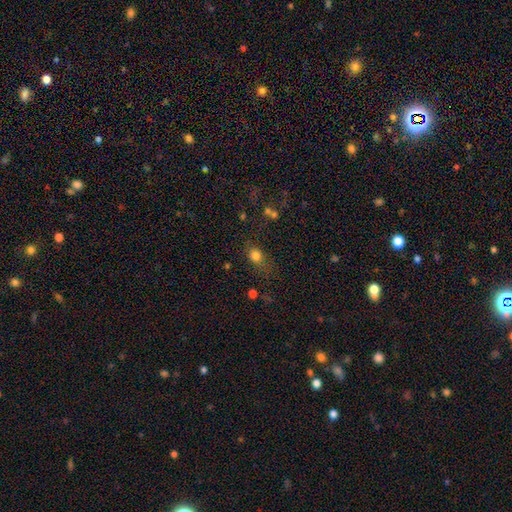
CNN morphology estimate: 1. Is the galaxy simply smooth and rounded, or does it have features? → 78% smooth, 14% star or artifact, 7% featured or disk.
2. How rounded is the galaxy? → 58% round, 40% in between, 3% cigar-shaped.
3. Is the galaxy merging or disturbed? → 59% none, 23% minor disturbance, 13% major disturbance, 5% merger.